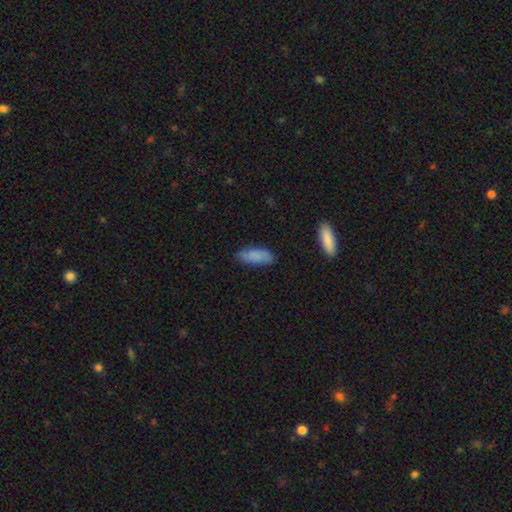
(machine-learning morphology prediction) A smooth galaxy with no disk features (83%) that is in between round and cigar-shaped (66%). Merging: none (76%).